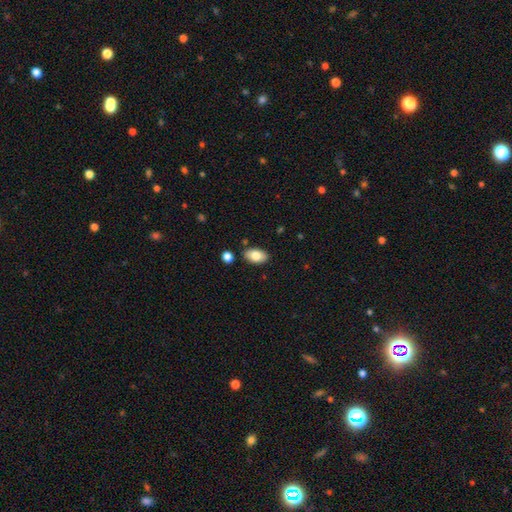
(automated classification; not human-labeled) Smooth or featured? smooth (79%)
How rounded? in between (93%)
Merging? none (84%)